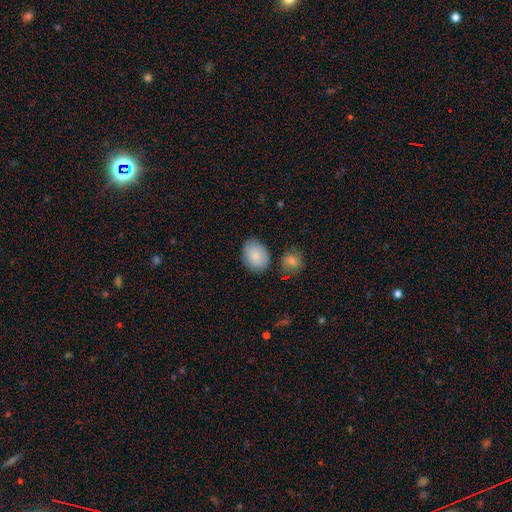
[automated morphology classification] type=smooth (85%); roundness=in between (66%); merging=none (76%).